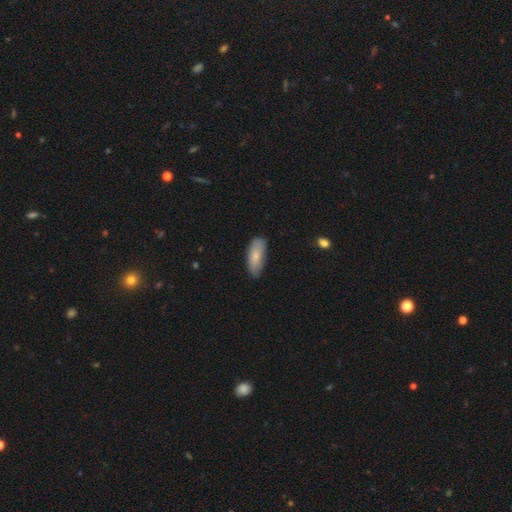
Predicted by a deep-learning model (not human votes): Smooth or featured? smooth (79%)
How rounded? in between (78%)
Merging? none (74%)